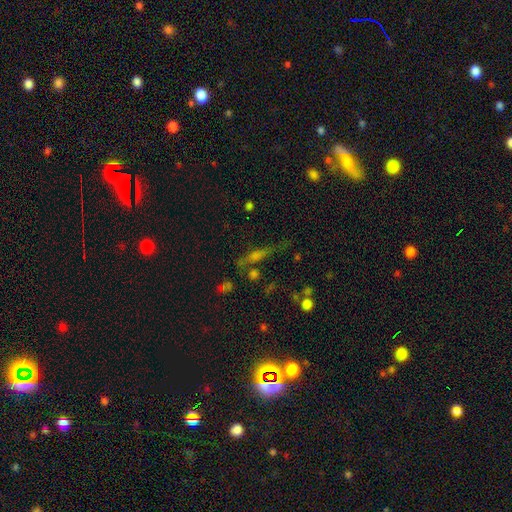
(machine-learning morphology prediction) smooth_or_featured: smooth (p=0.35) [tied with: featured or disk p=0.35]
merging: none (p=0.67) [alt: minor disturbance p=0.15]